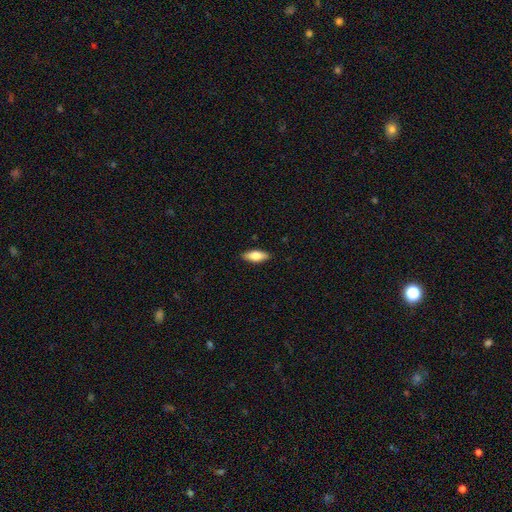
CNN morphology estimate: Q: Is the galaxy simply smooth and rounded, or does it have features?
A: smooth — 72%.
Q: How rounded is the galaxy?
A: in between — 73%.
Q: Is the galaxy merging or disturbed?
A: none — 89%.